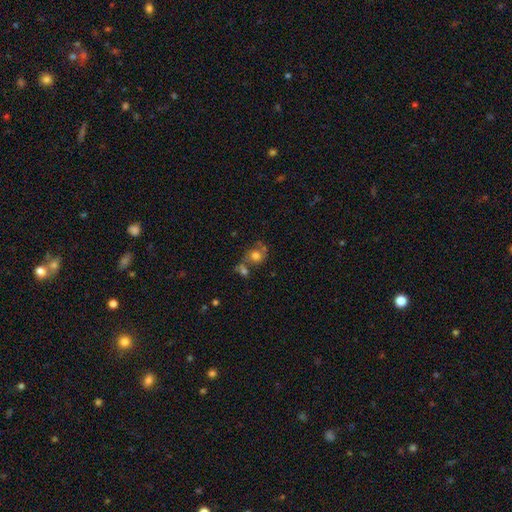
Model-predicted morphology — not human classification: type=smooth (57%); roundness=round (72%); merging=none (44%).